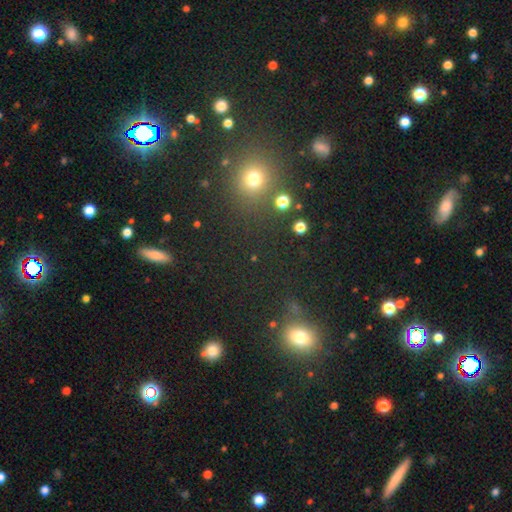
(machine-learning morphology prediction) Smooth or featured?
  - star or artifact: 48% *
  - smooth: 44%
  - featured or disk: 8%